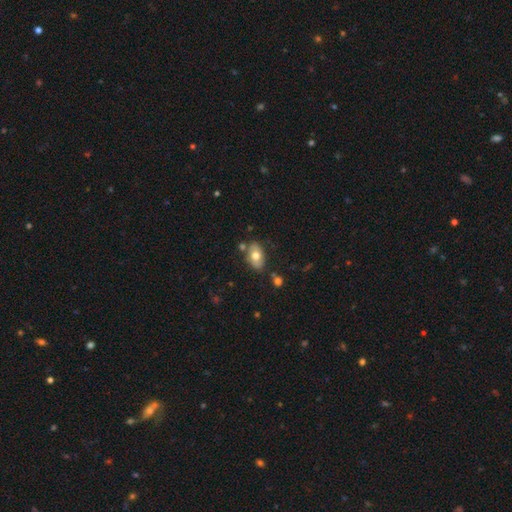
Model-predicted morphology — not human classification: A smooth galaxy with no disk features (67%) that is in between round and cigar-shaped (89%). Merging: none (72%).